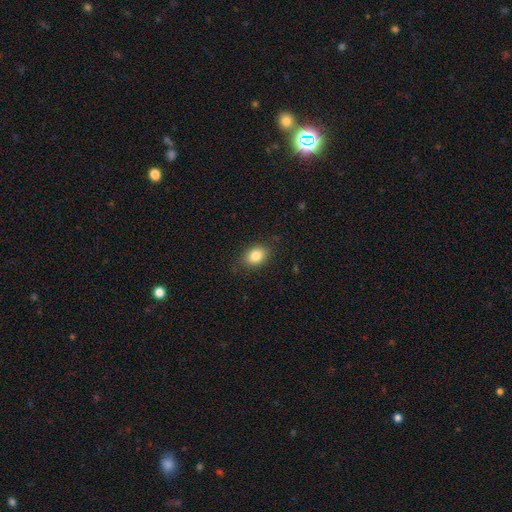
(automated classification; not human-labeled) The model was most divided on "how rounded": in between: 69%, round: 30%, cigar-shaped: 1%. More confident: merging — none (84%); smooth or featured — smooth (83%).